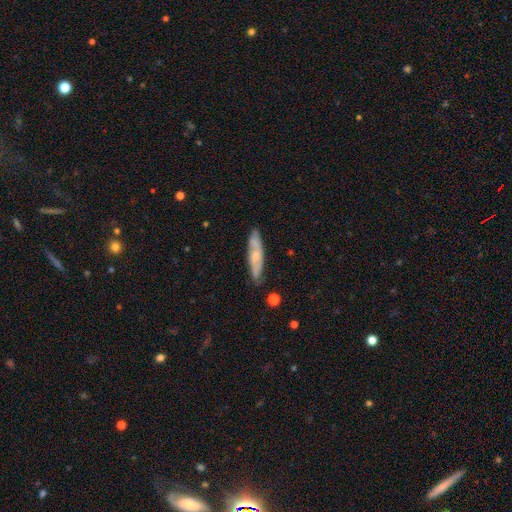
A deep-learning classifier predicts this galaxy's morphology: type=featured or disk (52%); edge-on=no (55%); merging=none (79%).